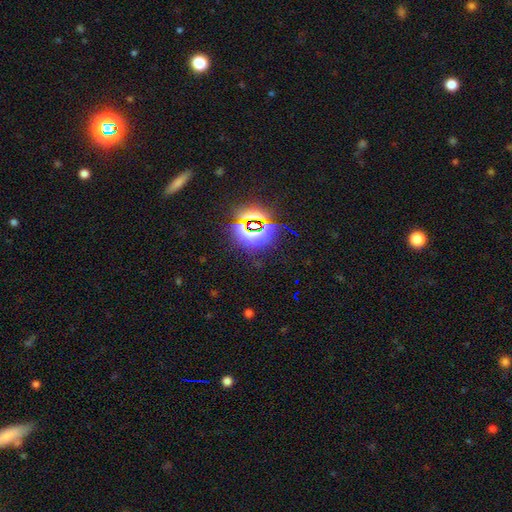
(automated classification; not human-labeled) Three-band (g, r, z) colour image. It shows a star or artifact, not a galaxy (78%).